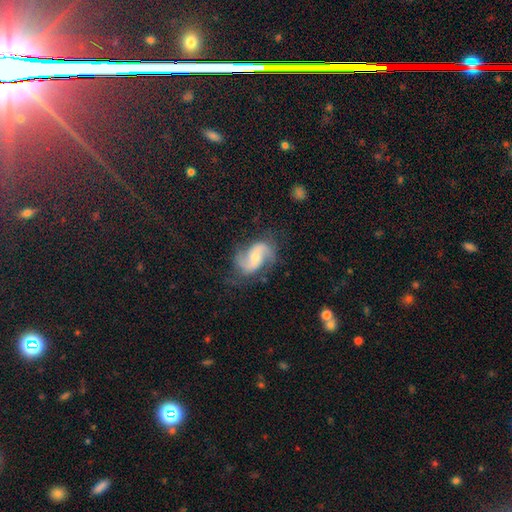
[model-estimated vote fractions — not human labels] Q: Smooth or featured?
A: featured or disk (85%); runner-up: smooth (9%)
Q: Edge-on disk?
A: no (98%); runner-up: yes (2%)
Q: Bar?
A: no (46%); runner-up: weak (40%)
Q: Spiral arms?
A: yes (97%); runner-up: no (3%)
Q: Spiral winding?
A: medium (48%); runner-up: loose (38%)
Q: Spiral arm count?
A: 2 (89%); runner-up: 3 (4%)
Q: Bulge size?
A: small (48%); runner-up: moderate (43%)
Q: Merging?
A: none (72%); runner-up: minor disturbance (18%)